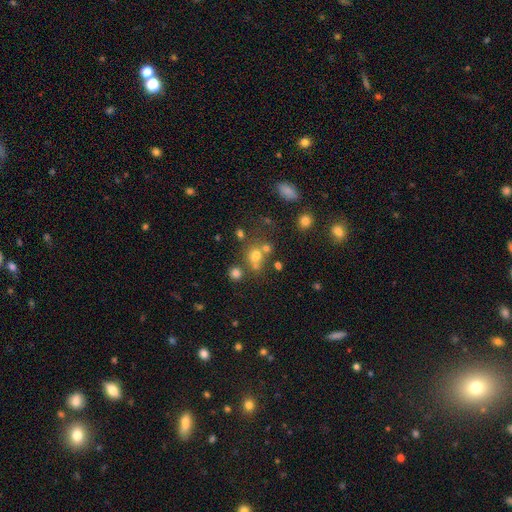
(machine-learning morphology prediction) Smooth or featured? smooth (64%)
How rounded? round (74%)
Merging? none (48%)